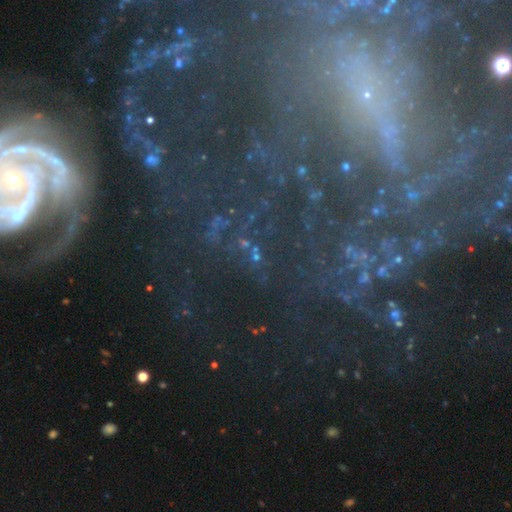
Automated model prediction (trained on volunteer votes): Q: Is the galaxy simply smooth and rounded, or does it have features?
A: star or artifact — 65%.